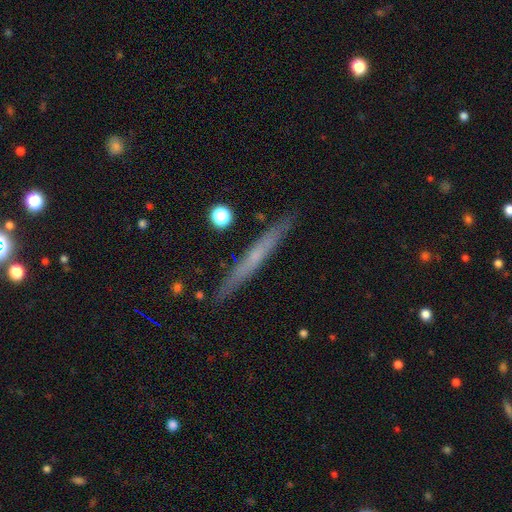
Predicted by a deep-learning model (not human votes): featured or disk 52%, smooth 41%, star or artifact 7%. Down the decision tree: edge-on disk — yes (96%); edge-on bulge — none (75%); merging — none (90%).